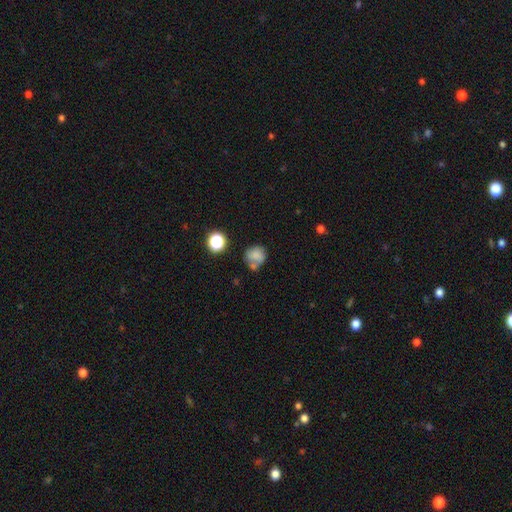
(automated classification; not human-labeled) Smooth or featured: smooth — 74% (featured or disk — 14%)
How rounded: round — 77% (in between — 22%)
Merging: none — 47% (merger — 23%)